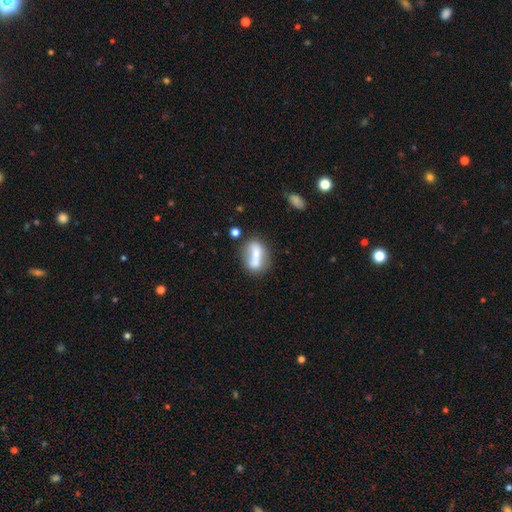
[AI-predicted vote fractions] Morphology: type=smooth (61%); roundness=in between (72%); merging=none (42%).